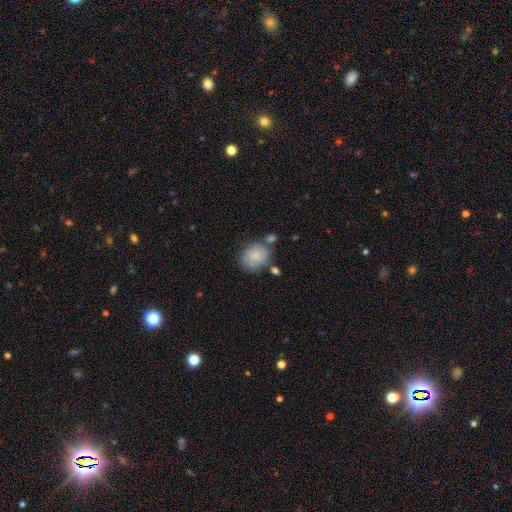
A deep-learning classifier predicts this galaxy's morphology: Q: Smooth or featured?
A: smooth (76%); runner-up: featured or disk (16%)
Q: How rounded?
A: round (56%); runner-up: in between (43%)
Q: Merging?
A: none (58%); runner-up: minor disturbance (22%)